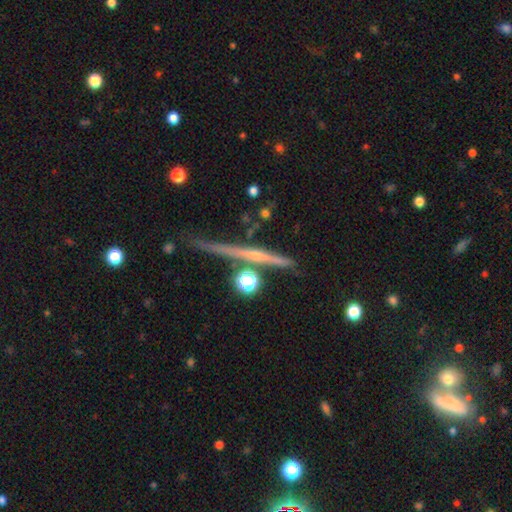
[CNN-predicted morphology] smooth_or_featured: featured or disk (p=0.68) [alt: smooth p=0.23]
disk_edge_on: yes (p=0.97) [alt: no p=0.03]
edge_on_bulge: none (p=0.62) [alt: rounded p=0.32]
merging: none (p=0.77) [alt: minor disturbance p=0.13]